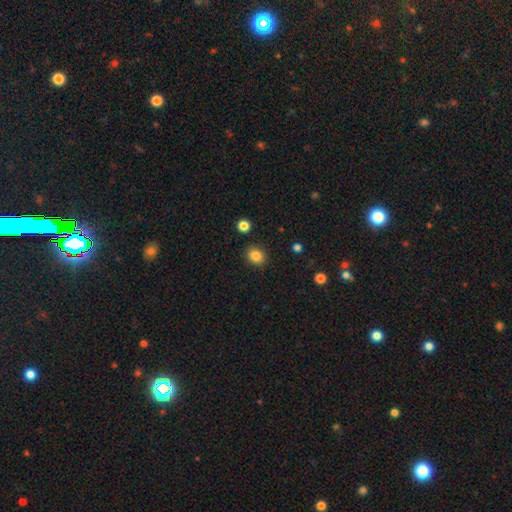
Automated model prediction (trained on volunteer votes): This appears to be a smooth galaxy with no disk features (85%) that is round (61%). Merging: none (89%).